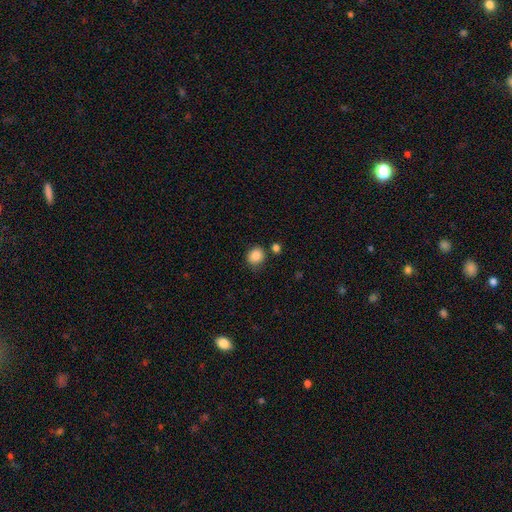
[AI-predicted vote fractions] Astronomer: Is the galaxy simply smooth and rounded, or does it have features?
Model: smooth — 87%.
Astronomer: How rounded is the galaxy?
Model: round — 82%.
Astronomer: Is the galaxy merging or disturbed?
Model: none — 79%.